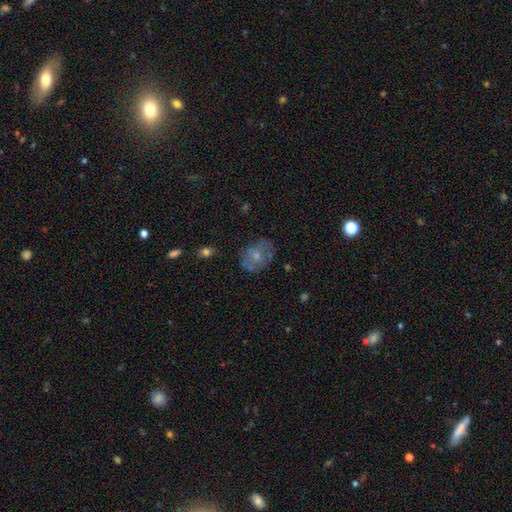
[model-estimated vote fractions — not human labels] Q: Smooth or featured?
A: smooth (48%); runner-up: featured or disk (42%)
Q: Merging?
A: none (61%); runner-up: minor disturbance (23%)